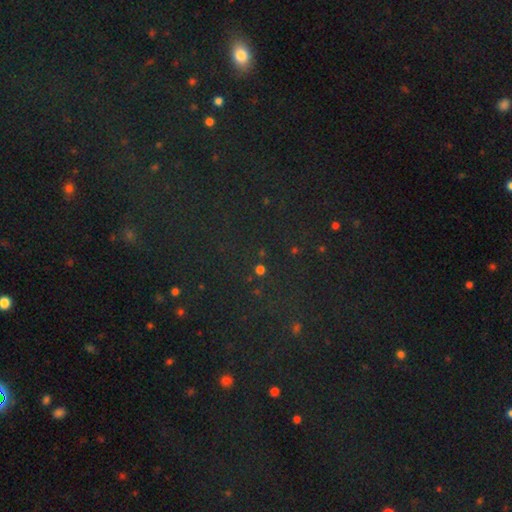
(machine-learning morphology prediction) smooth_or_featured: star or artifact (p=0.73) [alt: smooth p=0.18]